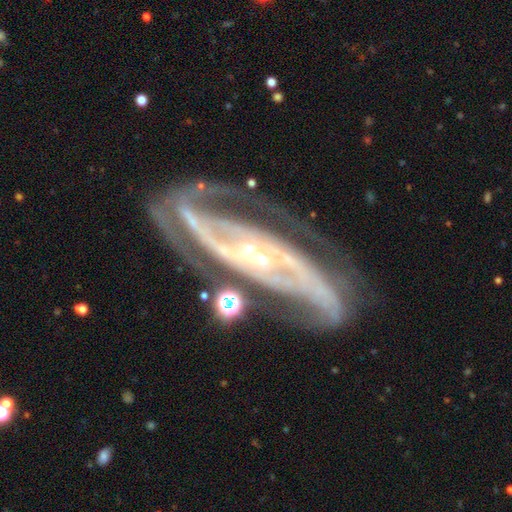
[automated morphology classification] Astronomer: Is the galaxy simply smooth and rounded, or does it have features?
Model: featured or disk — 92%.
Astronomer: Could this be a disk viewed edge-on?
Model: no — 90%.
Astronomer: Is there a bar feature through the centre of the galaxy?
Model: strong — 38% (runner-up: no, 35%).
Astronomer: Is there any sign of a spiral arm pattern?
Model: yes — 98%.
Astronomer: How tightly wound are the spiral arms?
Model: medium — 47% (runner-up: tight, 40%).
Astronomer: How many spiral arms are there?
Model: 2 — 76%.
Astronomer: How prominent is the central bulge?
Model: small — 69%.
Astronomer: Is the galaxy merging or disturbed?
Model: none — 68%.